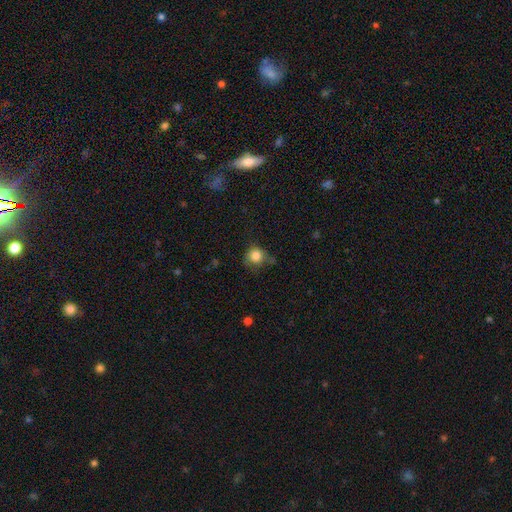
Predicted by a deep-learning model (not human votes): Smooth or featured? smooth (81%)
How rounded? round (82%)
Merging? none (49%)